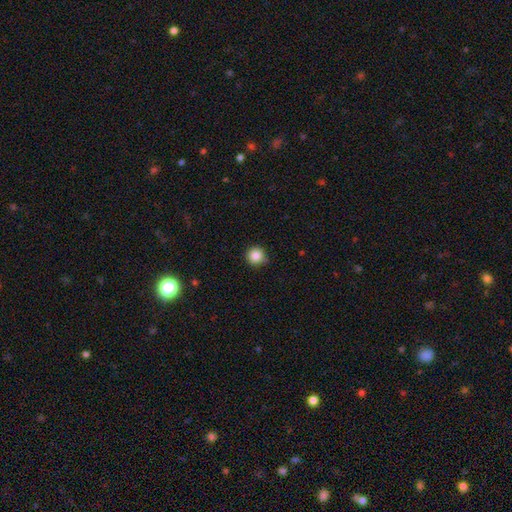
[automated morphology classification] Smooth or featured: smooth — 86% (star or artifact — 10%)
How rounded: round — 96% (in between — 3%)
Merging: none — 86% (minor disturbance — 11%)